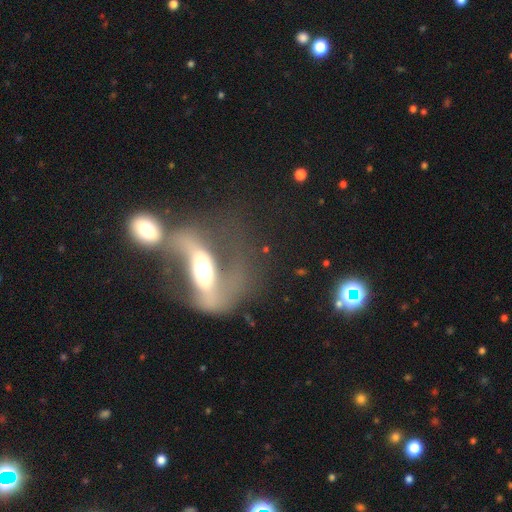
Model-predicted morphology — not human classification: Overall: featured or disk (74%). Edge-on disk: no (67%; yes 33%). Merging: merger (50%; none 21%).